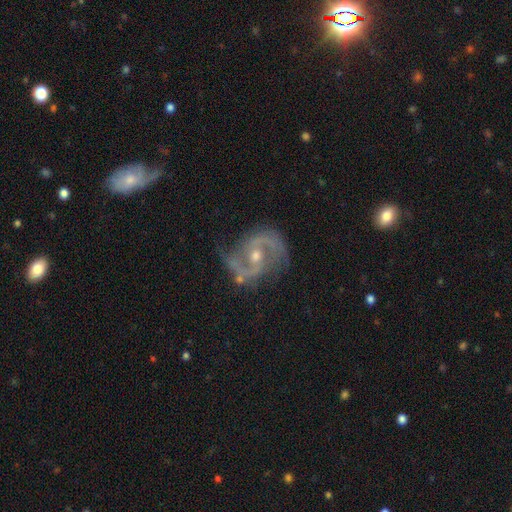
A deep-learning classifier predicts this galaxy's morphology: smooth_or_featured: featured or disk (p=0.89) [alt: star or artifact p=0.06]
disk_edge_on: no (p=0.97) [alt: yes p=0.03]
bar: no (p=0.42) [alt: weak p=0.41]
has_spiral_arms: yes (p=0.96) [alt: no p=0.04]
spiral_winding: medium (p=0.56) [alt: loose p=0.27]
spiral_arm_count: 2 (p=0.91) [alt: can't tell p=0.03]
bulge_size: moderate (p=0.58) [alt: small p=0.38]
merging: none (p=0.70) [alt: minor disturbance p=0.20]